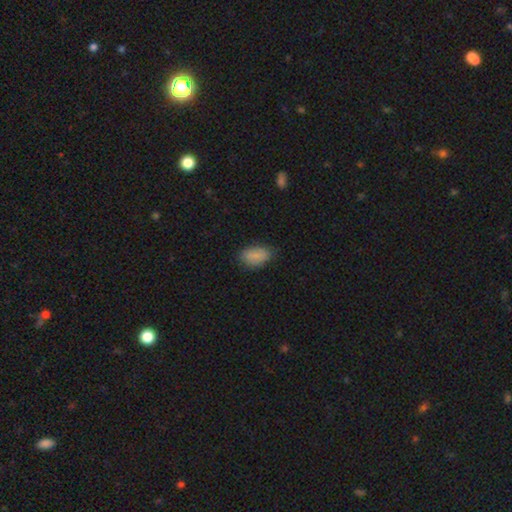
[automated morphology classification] The model was most divided on "merging": none: 79%, minor disturbance: 17%, major disturbance: 4%, merger: 1%. More confident: how rounded — in between (92%); smooth or featured — smooth (85%).